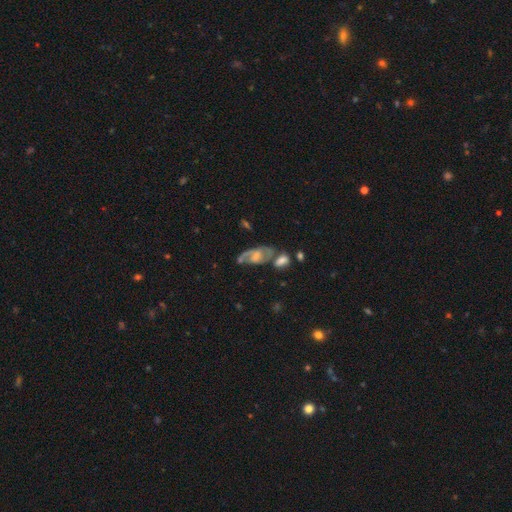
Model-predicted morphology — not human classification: Smooth or featured: featured or disk — 68% (smooth — 23%)
Edge-on disk: no — 93% (yes — 7%)
Bar: no — 44% (weak — 42%)
Spiral arms: yes — 81% (no — 19%)
Spiral winding: medium — 46% (loose — 31%)
Spiral arm count: 2 — 68% (1 — 17%)
Bulge size: none — 34% (moderate — 26%)
Merging: none — 38% (merger — 25%)